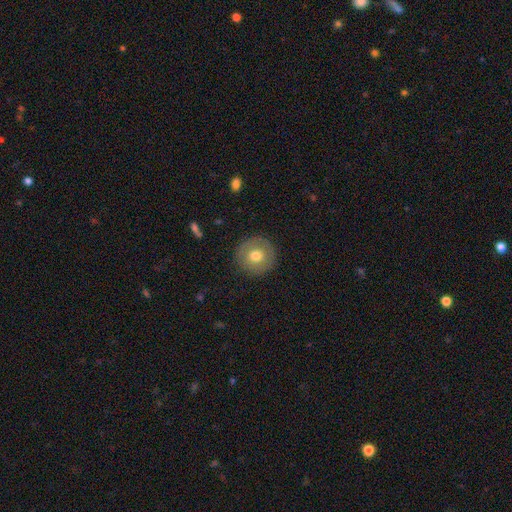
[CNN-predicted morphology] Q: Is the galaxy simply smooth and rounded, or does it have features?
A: smooth — 67%.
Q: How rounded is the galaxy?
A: round — 95%.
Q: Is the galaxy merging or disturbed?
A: none — 89%.